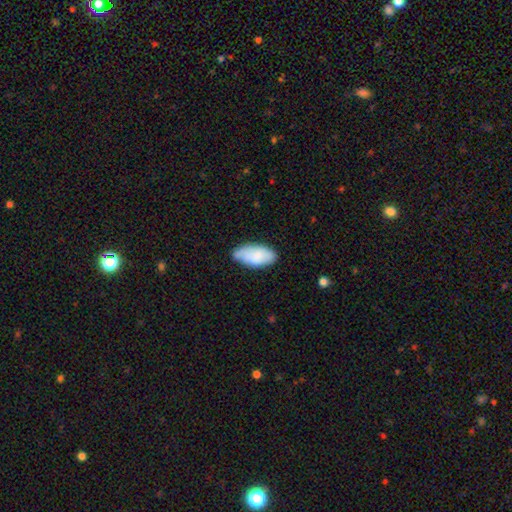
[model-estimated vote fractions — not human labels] Smooth or featured?
  - smooth: 78% *
  - featured or disk: 16%
  - star or artifact: 6%
How rounded?
  - in between: 93% *
  - cigar-shaped: 5%
  - round: 2%
Merging?
  - none: 60% *
  - minor disturbance: 31%
  - major disturbance: 6%
  - merger: 3%